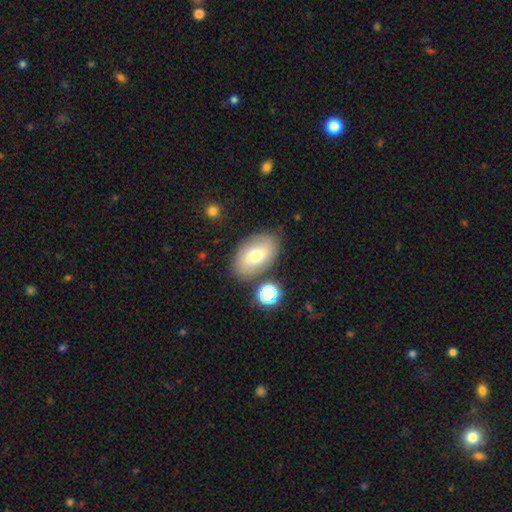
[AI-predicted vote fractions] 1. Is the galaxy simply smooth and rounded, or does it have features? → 64% smooth, 27% featured or disk, 9% star or artifact.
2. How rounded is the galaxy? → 89% in between, 9% round, 2% cigar-shaped.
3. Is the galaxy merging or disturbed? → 79% none, 12% minor disturbance, 5% merger, 4% major disturbance.